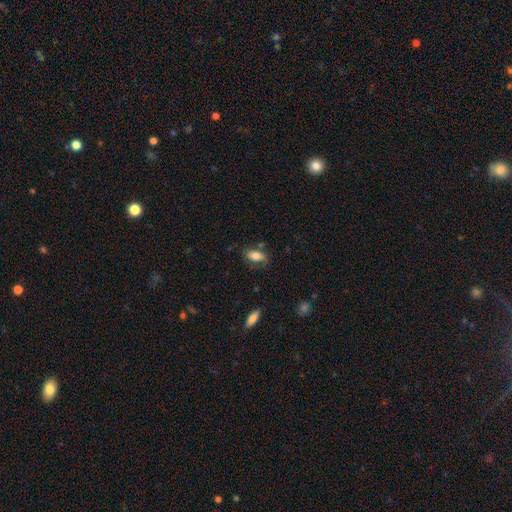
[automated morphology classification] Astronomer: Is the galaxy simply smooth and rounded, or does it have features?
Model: smooth — 74%.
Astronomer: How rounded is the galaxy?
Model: in between — 88%.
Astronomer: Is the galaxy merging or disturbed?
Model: none — 67%.